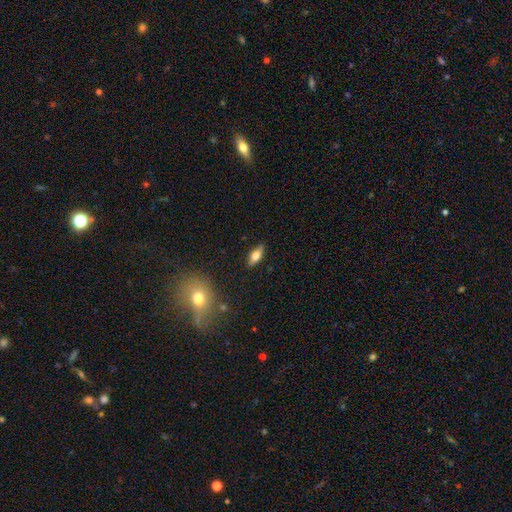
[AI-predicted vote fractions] smooth_or_featured: smooth (p=0.64) [alt: featured or disk p=0.29]
how_rounded: in between (p=0.75) [alt: cigar-shaped p=0.22]
merging: none (p=0.88) [alt: minor disturbance p=0.09]